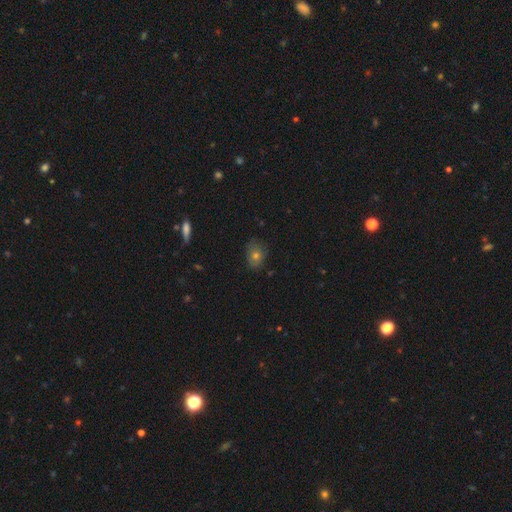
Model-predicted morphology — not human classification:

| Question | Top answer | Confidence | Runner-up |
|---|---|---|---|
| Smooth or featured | smooth | 65% | featured or disk (20%) |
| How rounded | in between | 63% | round (35%) |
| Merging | none | 76% | minor disturbance (18%) |